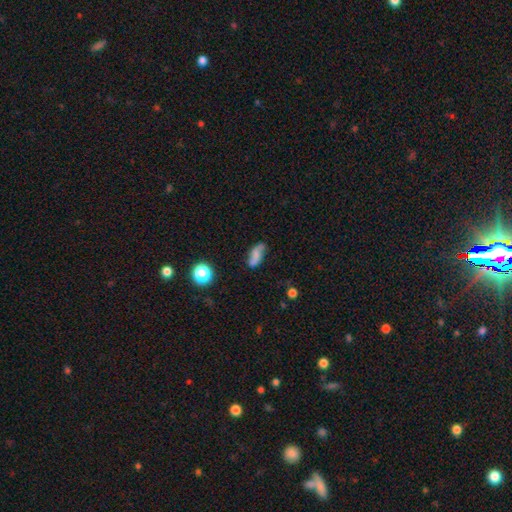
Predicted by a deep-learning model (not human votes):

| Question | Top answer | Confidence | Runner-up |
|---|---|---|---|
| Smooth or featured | smooth | 49% | featured or disk (39%) |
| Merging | none | 62% | minor disturbance (24%) |